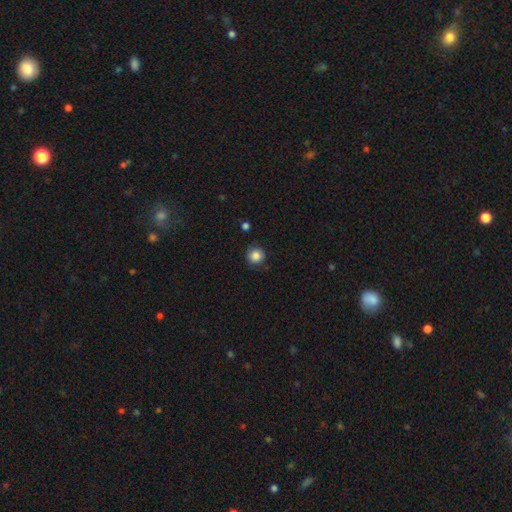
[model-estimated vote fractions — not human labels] A smooth galaxy with no disk features (84%) that is round (94%).

Vote fractions:
- Smooth or featured? smooth: 84% / star or artifact: 10% / featured or disk: 5%
- How rounded? round: 94% / in between: 5% / cigar-shaped: 1%
- Merging? none: 84% / minor disturbance: 11% / major disturbance: 3% / merger: 2%